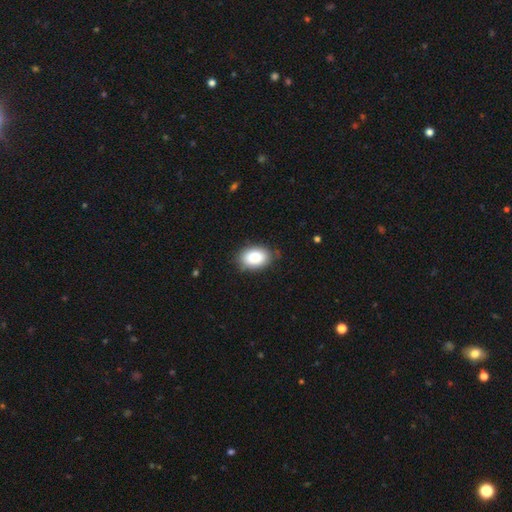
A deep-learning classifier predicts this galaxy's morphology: This appears to be a smooth galaxy with no disk features (88%) that is in between round and cigar-shaped (87%). Merging: none (82%).